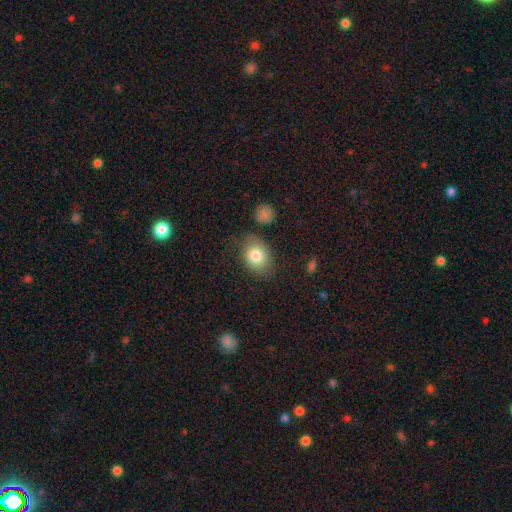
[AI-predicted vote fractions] A smooth galaxy with no disk features (81%) that is in between round and cigar-shaped (67%).

Vote fractions:
- Smooth or featured? smooth: 81% / featured or disk: 11% / star or artifact: 8%
- How rounded? in between: 67% / round: 32% / cigar-shaped: 1%
- Merging? none: 69% / minor disturbance: 19% / major disturbance: 6% / merger: 5%